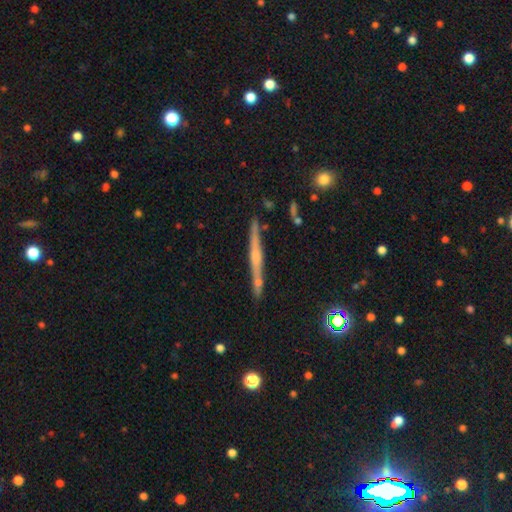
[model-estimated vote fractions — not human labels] Overall: featured or disk (67%). Edge-on disk: yes (97%). Edge-on bulge: rounded (48%; none 34%). Merging: none (83%).